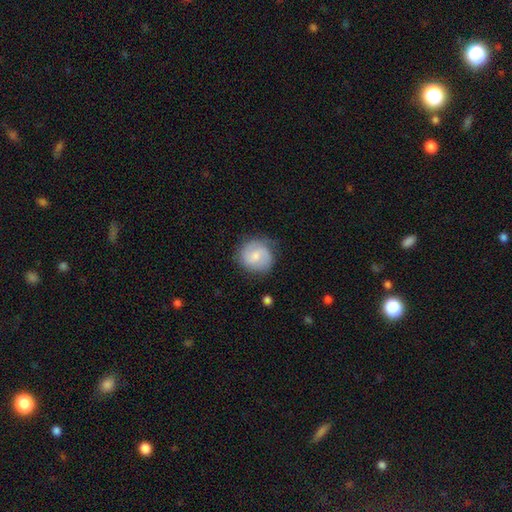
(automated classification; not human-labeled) The model was most divided on "bar": no: 47%, weak: 46%, strong: 7%. More confident: edge-on disk — no (98%); spiral arms — yes (89%); merging — none (74%); bulge size — small (52%); smooth or featured — featured or disk (51%).